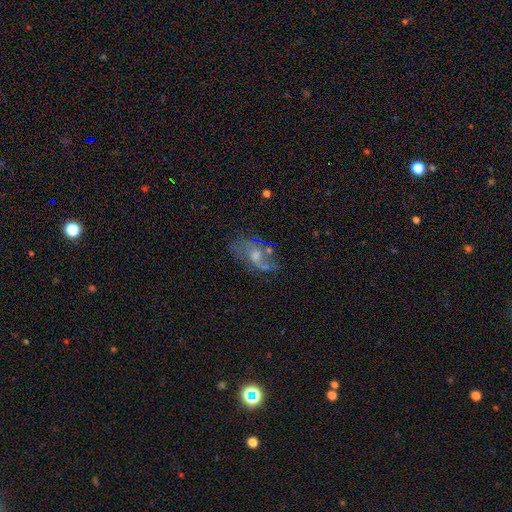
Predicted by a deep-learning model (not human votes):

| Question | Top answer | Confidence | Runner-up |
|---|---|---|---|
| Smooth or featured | featured or disk | 65% | smooth (21%) |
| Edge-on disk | no | 94% | yes (6%) |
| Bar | no | 65% | weak (30%) |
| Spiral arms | yes | 72% | no (28%) |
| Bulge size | moderate | 50% | small (35%) |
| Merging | none | 56% | minor disturbance (21%) |